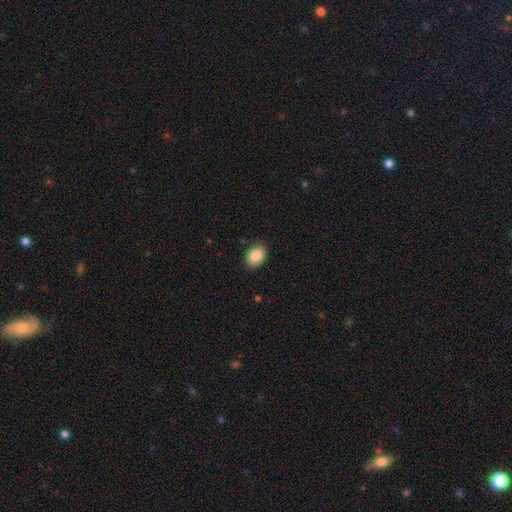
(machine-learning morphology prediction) Overall: smooth (86%). How rounded: in between (77%). Merging: none (85%).